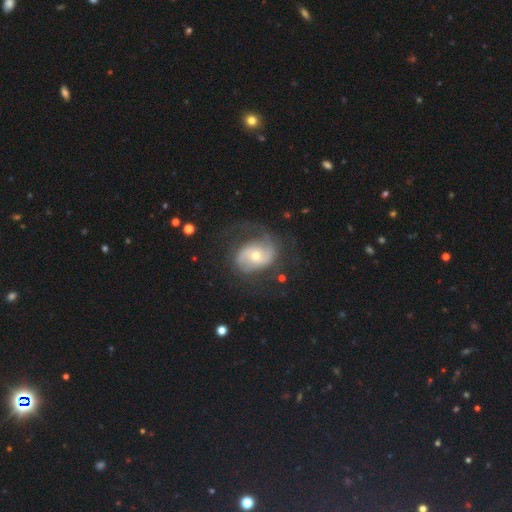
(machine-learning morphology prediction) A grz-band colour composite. It shows a featured or disk galaxy (74%) with no bar (58%), 2 (74%) medium (42%) spiral arms (89%) and a moderate central bulge (53%). Merging: none (57%).